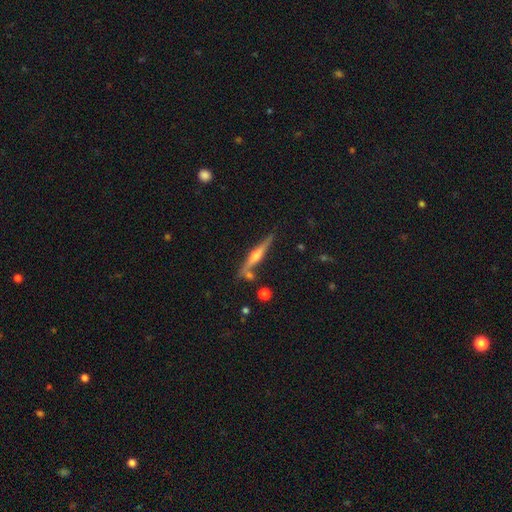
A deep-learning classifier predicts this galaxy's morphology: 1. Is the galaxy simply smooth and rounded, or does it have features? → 75% featured or disk, 19% smooth, 6% star or artifact.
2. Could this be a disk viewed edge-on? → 97% yes, 3% no.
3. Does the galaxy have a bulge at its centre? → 89% rounded, 6% boxy, 5% none.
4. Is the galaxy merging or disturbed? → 80% none, 11% minor disturbance, 7% merger, 2% major disturbance.